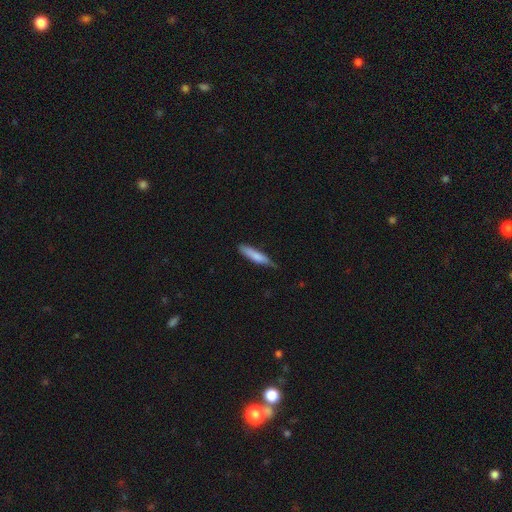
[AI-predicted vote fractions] smooth_or_featured: smooth (p=0.78) [alt: featured or disk p=0.17]
how_rounded: cigar-shaped (p=0.83) [alt: in between p=0.15]
merging: none (p=0.65) [alt: minor disturbance p=0.29]